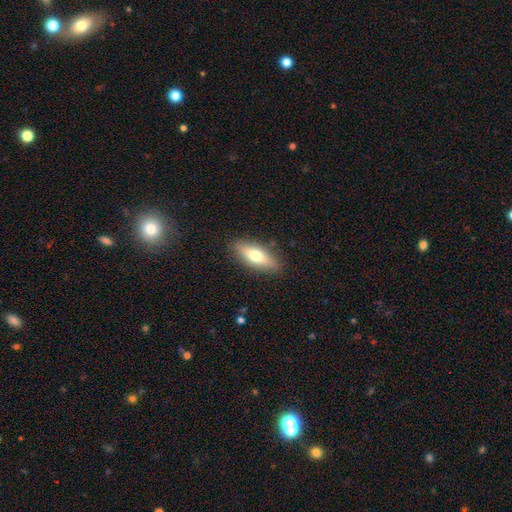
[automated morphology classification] Smooth or featured?
  - smooth: 64% *
  - featured or disk: 29%
  - star or artifact: 7%
How rounded?
  - in between: 64% *
  - cigar-shaped: 33%
  - round: 3%
Merging?
  - none: 86% *
  - minor disturbance: 10%
  - major disturbance: 3%
  - merger: 1%